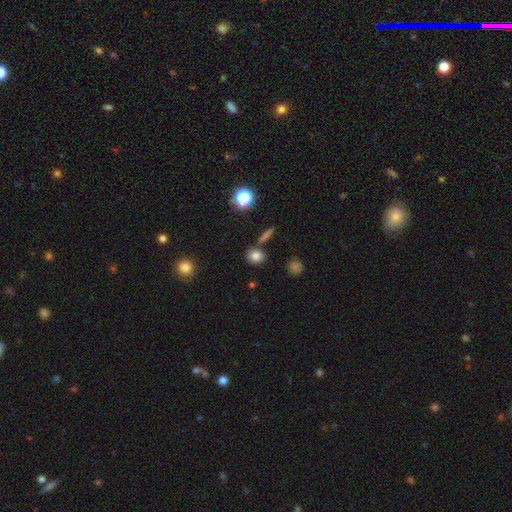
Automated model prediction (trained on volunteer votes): Smooth or featured?
  - smooth: 79% *
  - star or artifact: 13%
  - featured or disk: 7%
How rounded?
  - round: 72% *
  - in between: 26%
  - cigar-shaped: 2%
Merging?
  - none: 77% *
  - merger: 10%
  - minor disturbance: 10%
  - major disturbance: 3%